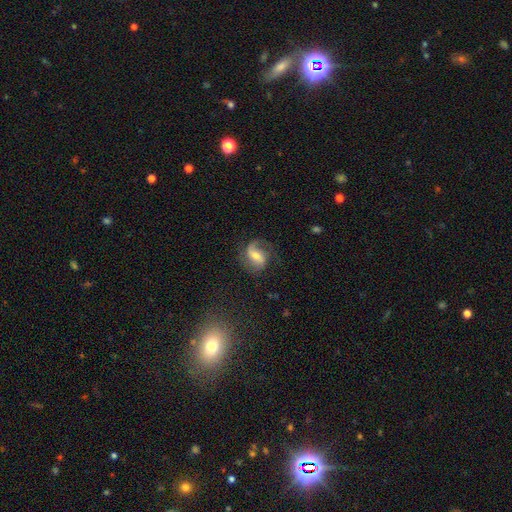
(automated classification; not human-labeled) Morphology: type=featured or disk (78%); edge-on=no (97%); bar=weak (44%); spiral arms=yes (94%); winding=medium (46%); arm count=2 (73%); bulge=moderate (51%); merging=none (67%).